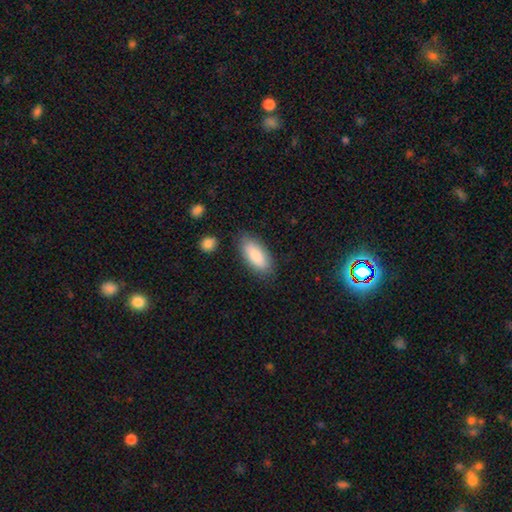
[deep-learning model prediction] Overall: smooth (83%). How rounded: in between (84%). Merging: none (79%).